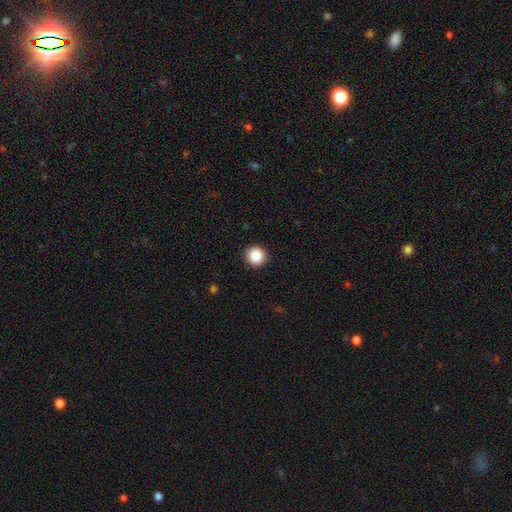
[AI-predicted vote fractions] The model was most divided on "smooth or featured": smooth: 87%, star or artifact: 9%, featured or disk: 3%. More confident: how rounded — round (95%); merging — none (93%).